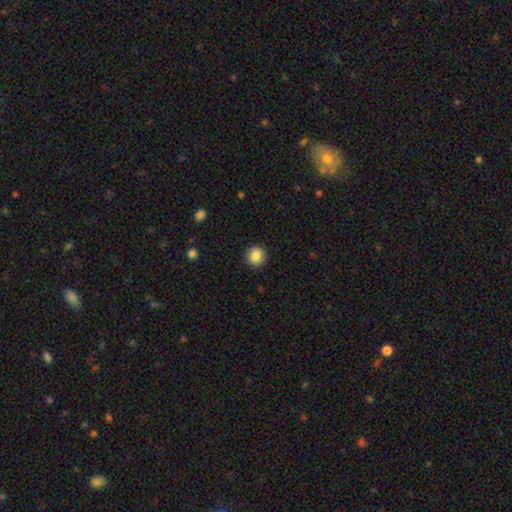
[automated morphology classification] Q: Smooth or featured?
A: smooth (87%); runner-up: star or artifact (9%)
Q: How rounded?
A: round (91%); runner-up: in between (8%)
Q: Merging?
A: none (91%); runner-up: minor disturbance (6%)